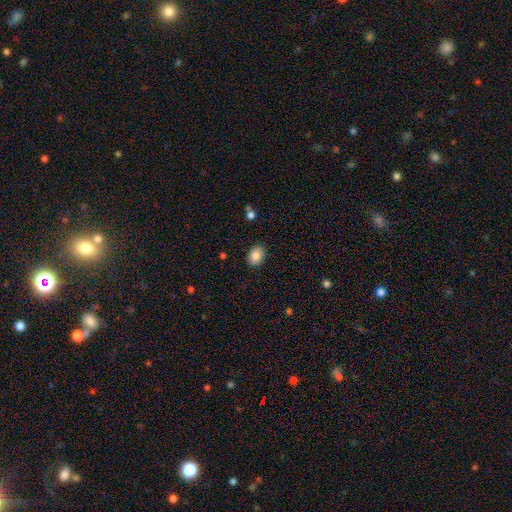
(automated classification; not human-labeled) This is clearly a smooth galaxy (85%). How rounded: likely in between (71%). Merging: clearly none (88%).